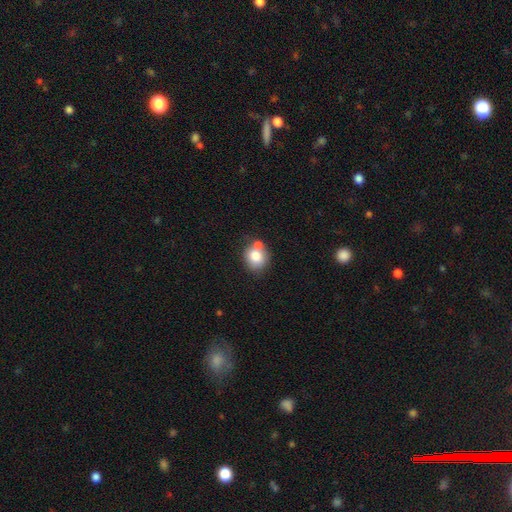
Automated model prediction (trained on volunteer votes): Overall: smooth (78%). How rounded: round (78%). Merging: none (55%; merger 28%).